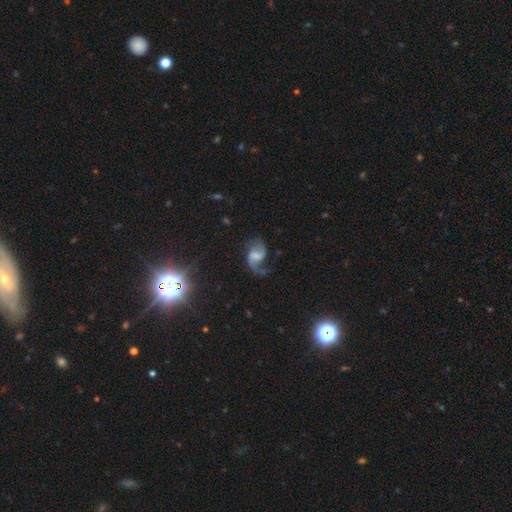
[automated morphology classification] Smooth or featured? Predicted: featured or disk (p=0.79). Edge-on disk? Predicted: no (p=0.98). Bar? Predicted: weak (p=0.51). Spiral arms? Predicted: yes (p=0.94). Spiral winding? Predicted: loose (p=0.58). Spiral arm count? Predicted: 2 (p=0.81). Bulge size? Predicted: none (p=0.40). Merging? Predicted: none (p=0.55).